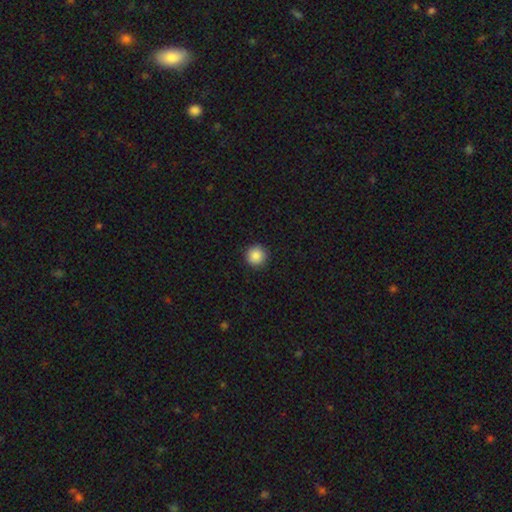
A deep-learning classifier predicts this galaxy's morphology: type=smooth (88%); roundness=round (96%); merging=none (92%).